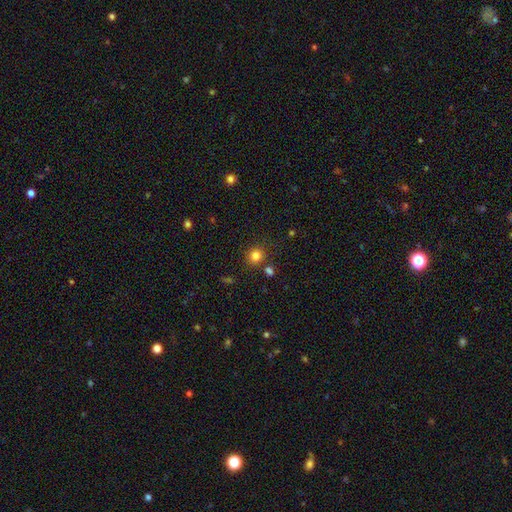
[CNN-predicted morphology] Smooth or featured?
  - smooth: 82% *
  - star or artifact: 13%
  - featured or disk: 5%
How rounded?
  - round: 85% *
  - in between: 14%
  - cigar-shaped: 1%
Merging?
  - none: 81% *
  - minor disturbance: 9%
  - merger: 7%
  - major disturbance: 3%